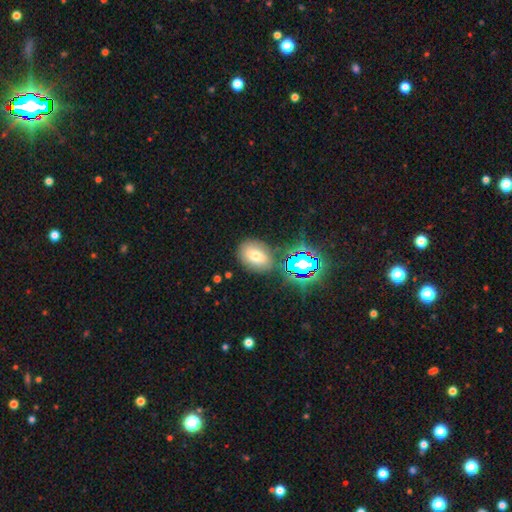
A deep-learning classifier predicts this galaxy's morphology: smooth-or-featured: smooth: 59% | star or artifact: 21% | featured or disk: 20%
  how-rounded: in between: 71% | round: 27% | cigar-shaped: 1%
  merging: none: 78% | minor disturbance: 12% | merger: 5% | major disturbance: 4%